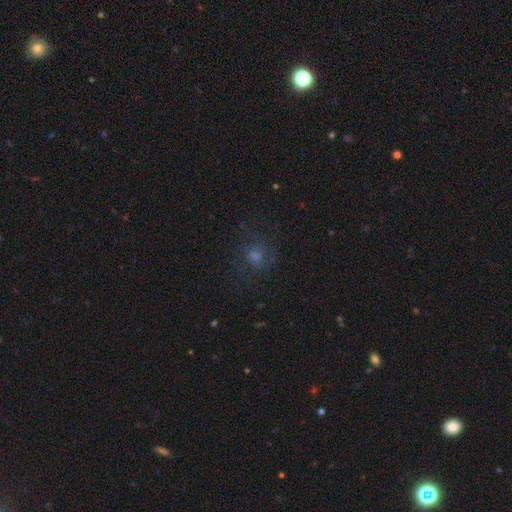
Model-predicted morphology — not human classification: smooth-or-featured: smooth: 53% | featured or disk: 24% | star or artifact: 23%
  how-rounded: round: 69% | in between: 30% | cigar-shaped: 1%
  merging: none: 62% | minor disturbance: 18% | major disturbance: 18% | merger: 2%